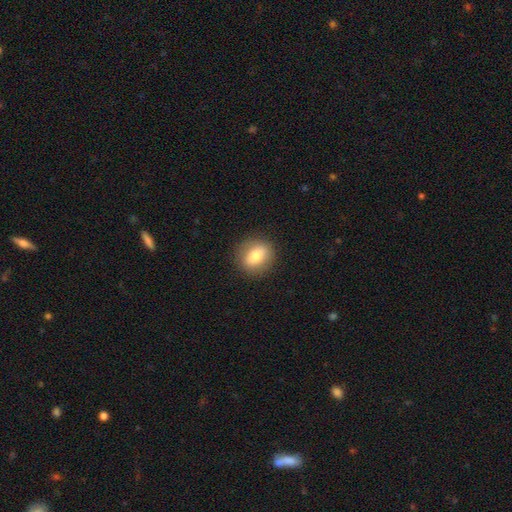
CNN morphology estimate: smooth 73%, featured or disk 19%, star or artifact 8%. Down the decision tree: how rounded — round (59%); merging — none (87%).